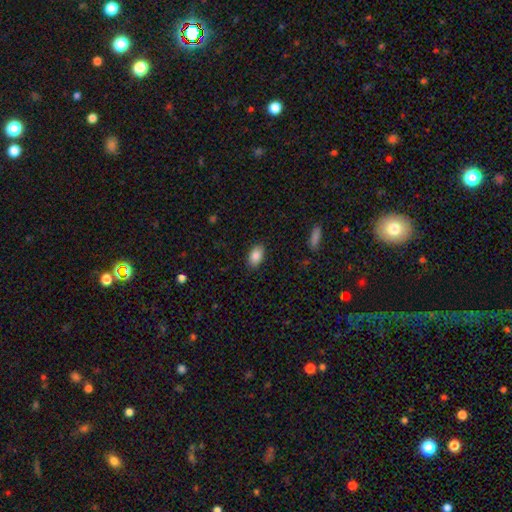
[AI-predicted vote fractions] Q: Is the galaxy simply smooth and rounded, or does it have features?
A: smooth — 86%.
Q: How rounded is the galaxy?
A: in between — 92%.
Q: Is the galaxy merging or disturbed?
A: none — 87%.